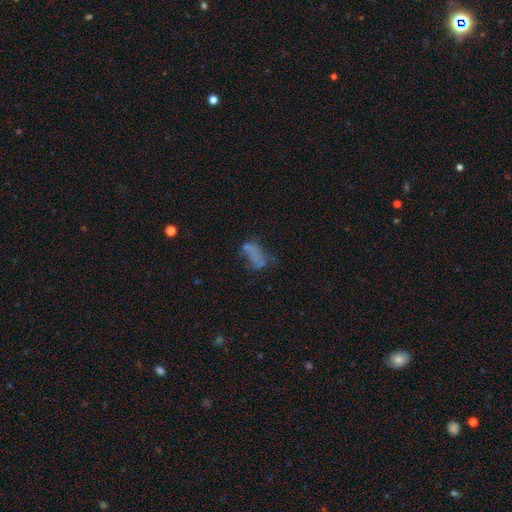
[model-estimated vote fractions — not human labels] Smooth or featured: smooth — 44% (featured or disk — 35%)
Merging: major disturbance — 38% (none — 28%)